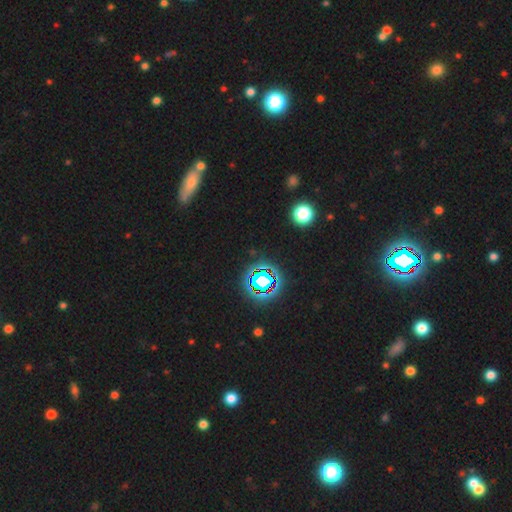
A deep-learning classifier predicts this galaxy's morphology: This appears to be a star or artifact, not a galaxy (71%).